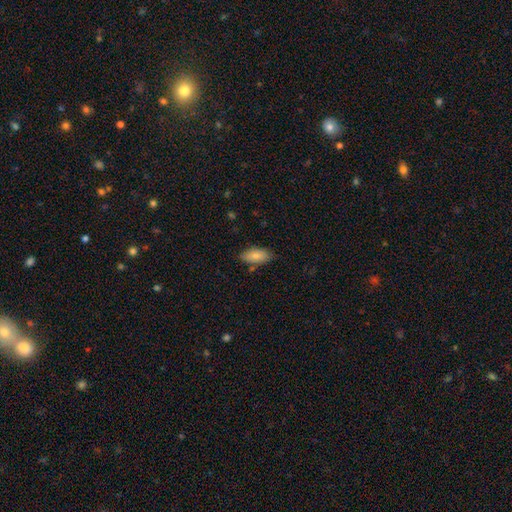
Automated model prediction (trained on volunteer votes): The model was most divided on "merging": none: 79%, minor disturbance: 15%, major disturbance: 3%, merger: 3%. More confident: how rounded — in between (88%); smooth or featured — smooth (82%).